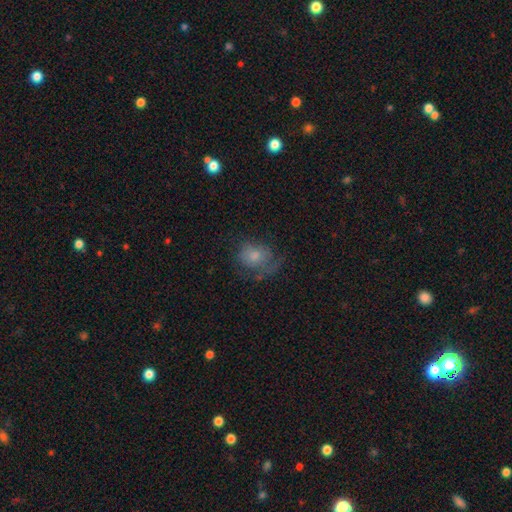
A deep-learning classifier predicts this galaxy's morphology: Smooth or featured? smooth (50%)
Merging? none (50%)